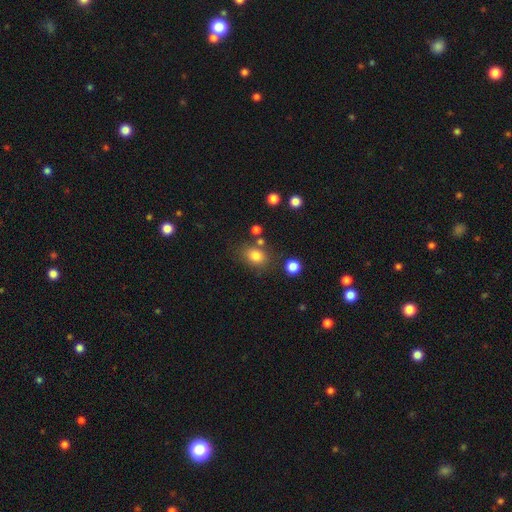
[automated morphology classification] Smooth or featured? Predicted: smooth (p=0.81). How rounded? Predicted: in between (p=0.50). Merging? Predicted: none (p=0.72).